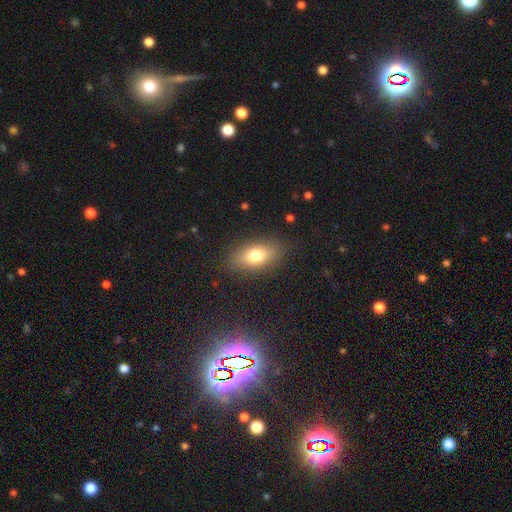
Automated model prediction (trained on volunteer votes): The model was most divided on "smooth or featured": smooth: 76%, featured or disk: 15%, star or artifact: 9%. More confident: how rounded — in between (85%); merging — none (84%).